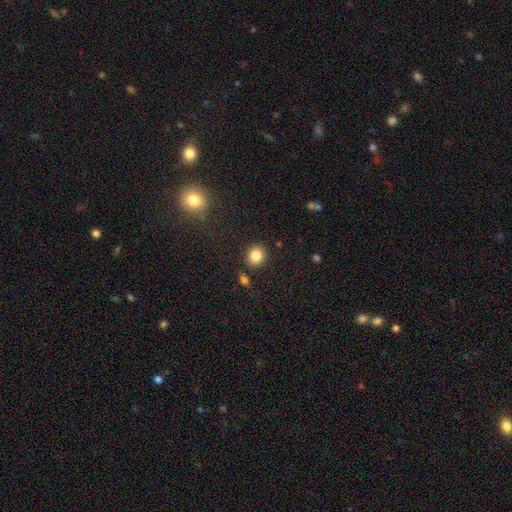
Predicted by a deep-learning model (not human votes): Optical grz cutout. It shows a smooth galaxy with no disk features (84%) that is round (75%). Merging: none (87%).